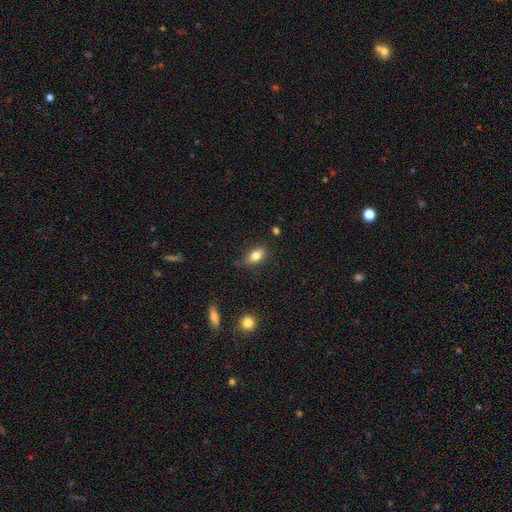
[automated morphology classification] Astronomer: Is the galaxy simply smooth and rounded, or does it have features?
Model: smooth — 82%.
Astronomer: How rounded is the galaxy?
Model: in between — 87%.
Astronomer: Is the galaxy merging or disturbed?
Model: none — 78%.